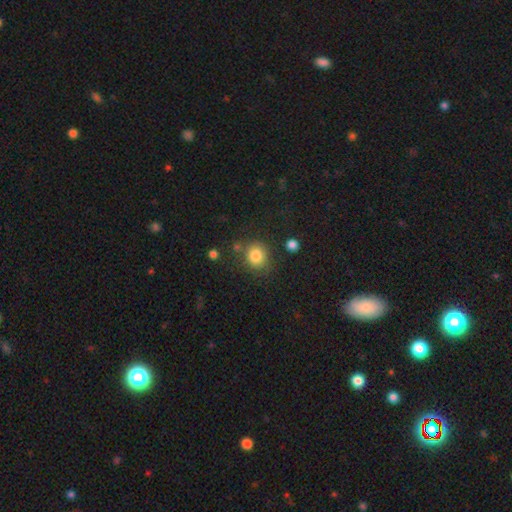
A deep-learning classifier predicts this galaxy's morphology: smooth-or-featured: smooth: 83% | star or artifact: 10% | featured or disk: 6%
  how-rounded: round: 80% | in between: 20% | cigar-shaped: 1%
  merging: none: 74% | minor disturbance: 14% | merger: 7% | major disturbance: 5%